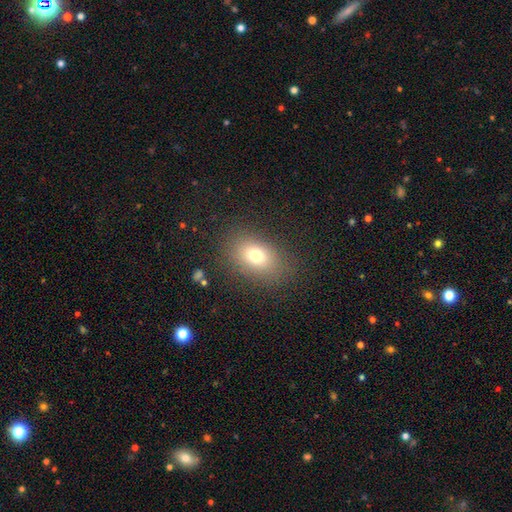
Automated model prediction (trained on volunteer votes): Smooth or featured: smooth — 73% (star or artifact — 14%)
How rounded: in between — 71% (round — 28%)
Merging: none — 82% (minor disturbance — 11%)